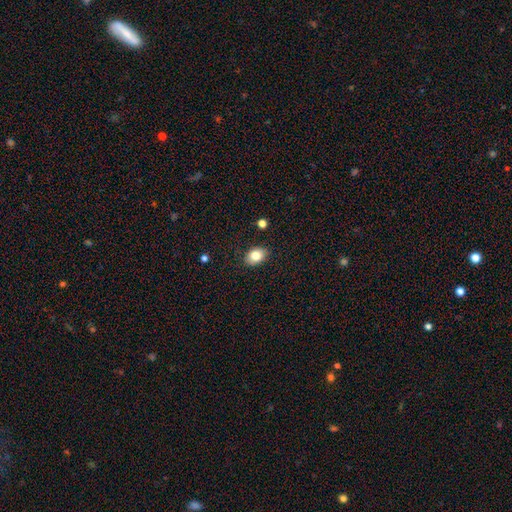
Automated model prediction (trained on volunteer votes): smooth-or-featured: smooth: 82% | featured or disk: 10% | star or artifact: 8%
  how-rounded: in between: 80% | round: 18% | cigar-shaped: 1%
  merging: none: 87% | minor disturbance: 10% | major disturbance: 2% | merger: 1%